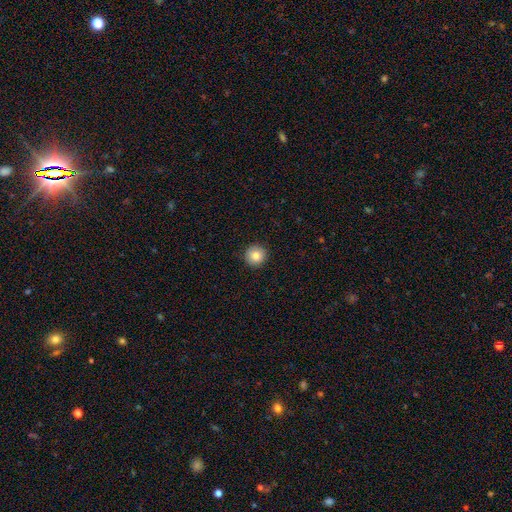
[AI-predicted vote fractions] Overall: smooth (83%). How rounded: round (95%). Merging: none (92%).